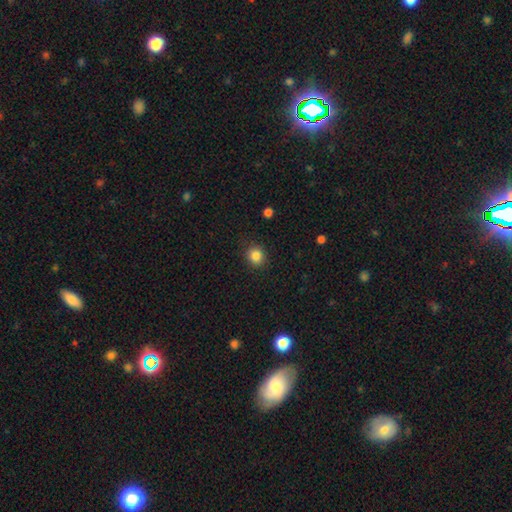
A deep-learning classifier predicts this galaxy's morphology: Smooth or featured? Predicted: smooth (p=0.85). How rounded? Predicted: round (p=0.83). Merging? Predicted: none (p=0.87).